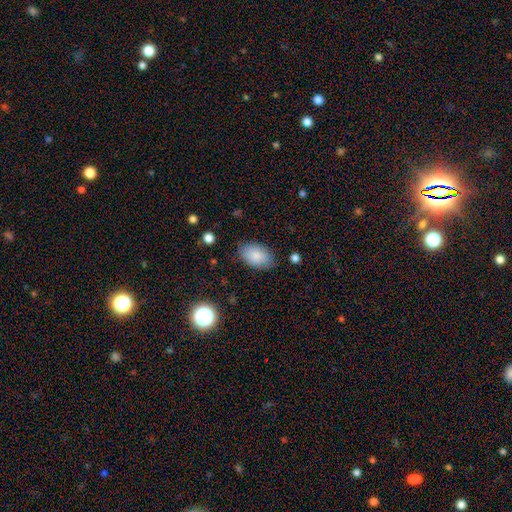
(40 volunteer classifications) Volunteers were most divided on "smooth or featured": smooth: 85%, featured or disk: 10%, star or artifact: 5%. More confident: how rounded — in between (94%); merging — none (87%).